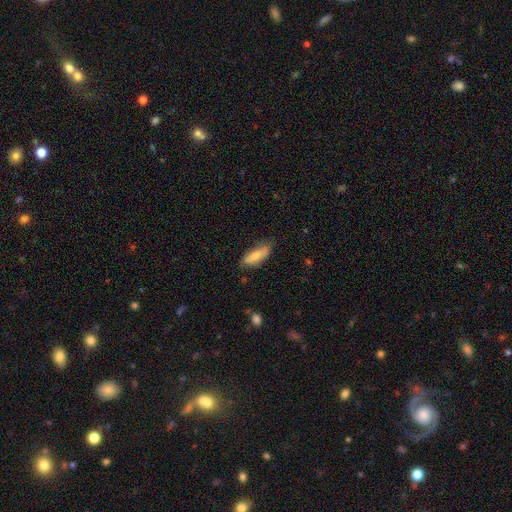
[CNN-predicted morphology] smooth-or-featured: smooth: 78% | featured or disk: 16% | star or artifact: 6%
  how-rounded: in between: 69% | cigar-shaped: 29% | round: 2%
  merging: none: 69% | minor disturbance: 25% | major disturbance: 5% | merger: 2%